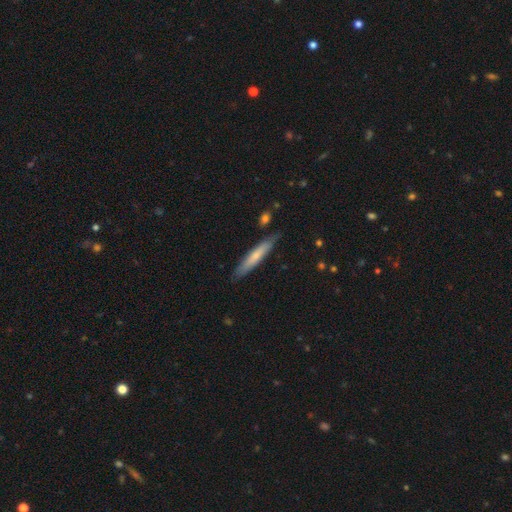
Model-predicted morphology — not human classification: Smooth or featured? smooth (63%)
How rounded? cigar-shaped (92%)
Merging? none (83%)